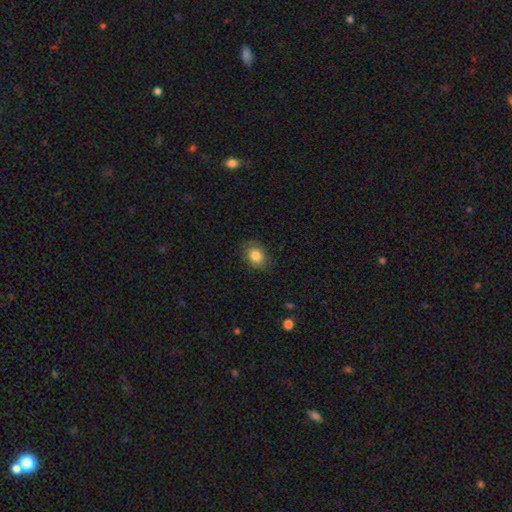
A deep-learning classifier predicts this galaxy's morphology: The model was most divided on "how rounded": in between: 58%, round: 41%, cigar-shaped: 1%. More confident: smooth or featured — smooth (83%); merging — none (82%).